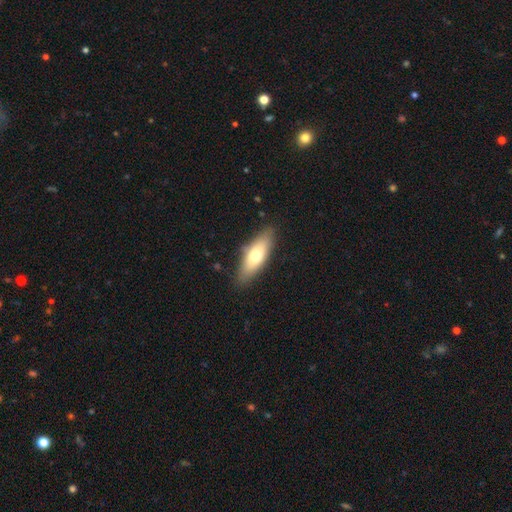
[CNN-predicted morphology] Smooth or featured? Predicted: smooth (p=0.66). How rounded? Predicted: in between (p=0.64). Merging? Predicted: none (p=0.83).